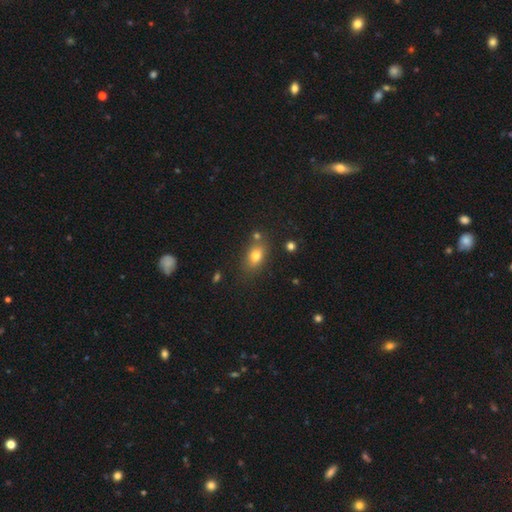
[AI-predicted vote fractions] smooth-or-featured: smooth: 77% | star or artifact: 12% | featured or disk: 11%
  how-rounded: in between: 76% | round: 21% | cigar-shaped: 3%
  merging: none: 73% | minor disturbance: 14% | merger: 10% | major disturbance: 4%